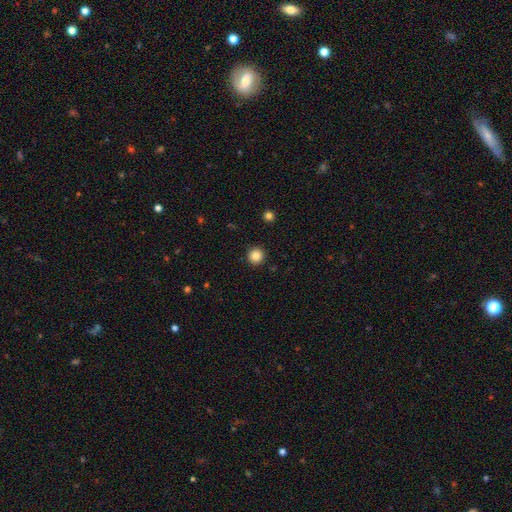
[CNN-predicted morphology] Smooth or featured: smooth — 86% (star or artifact — 11%)
How rounded: round — 95% (in between — 4%)
Merging: none — 93% (minor disturbance — 4%)